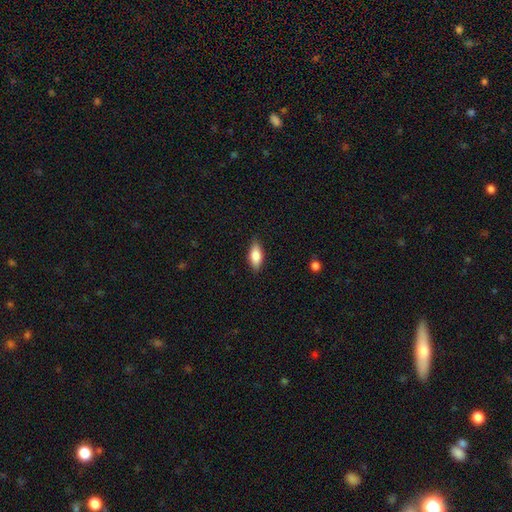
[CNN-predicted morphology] Q: Smooth or featured?
A: smooth (79%); runner-up: featured or disk (14%)
Q: How rounded?
A: in between (81%); runner-up: cigar-shaped (17%)
Q: Merging?
A: none (84%); runner-up: minor disturbance (12%)